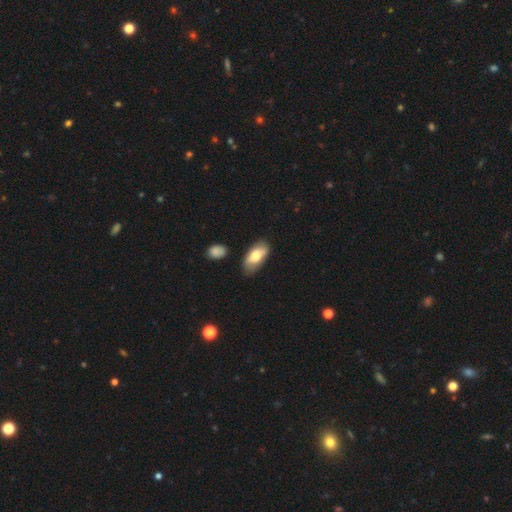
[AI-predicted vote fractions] Smooth or featured: smooth — 71% (featured or disk — 22%)
How rounded: in between — 91% (cigar-shaped — 6%)
Merging: none — 76% (minor disturbance — 17%)